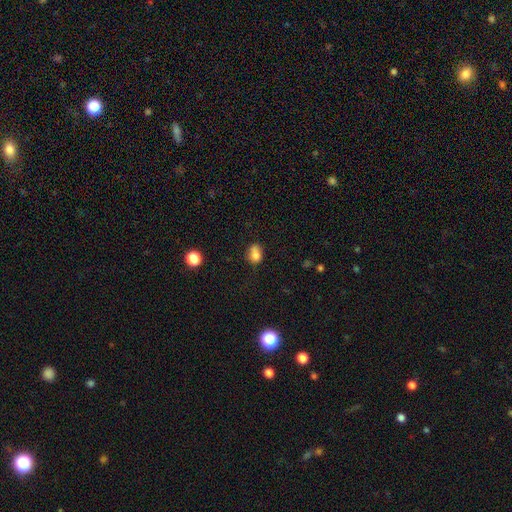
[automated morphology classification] Smooth or featured? smooth (78%)
How rounded? in between (64%)
Merging? none (51%)